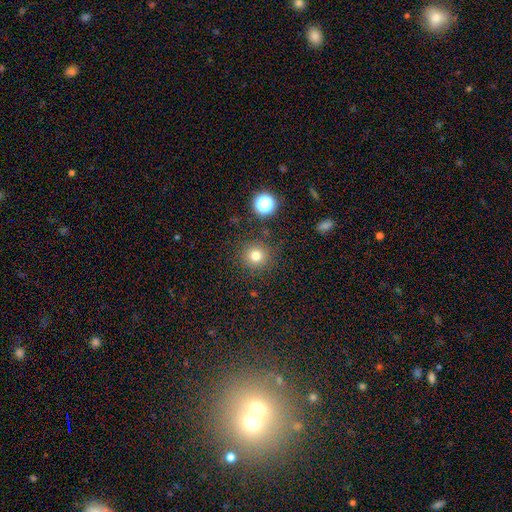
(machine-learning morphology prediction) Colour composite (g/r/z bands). It shows a smooth galaxy with no disk features (77%) that is round (94%). Merging: none (88%).